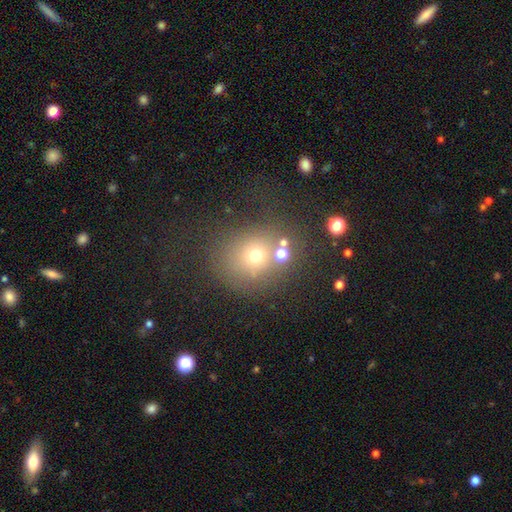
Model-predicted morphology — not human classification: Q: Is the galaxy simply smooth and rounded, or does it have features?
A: smooth — 64%.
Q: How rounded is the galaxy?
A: round — 78%.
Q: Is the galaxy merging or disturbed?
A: none — 63%.